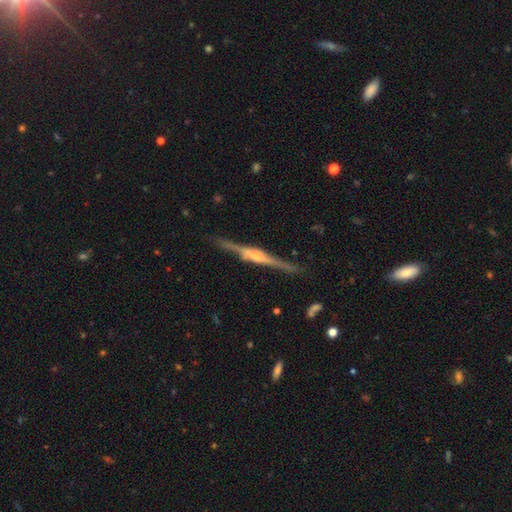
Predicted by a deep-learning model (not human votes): A featured or disk galaxy (82%) viewed edge-on (98%) with a rounded central bulge (55%). Merging: none (85%).